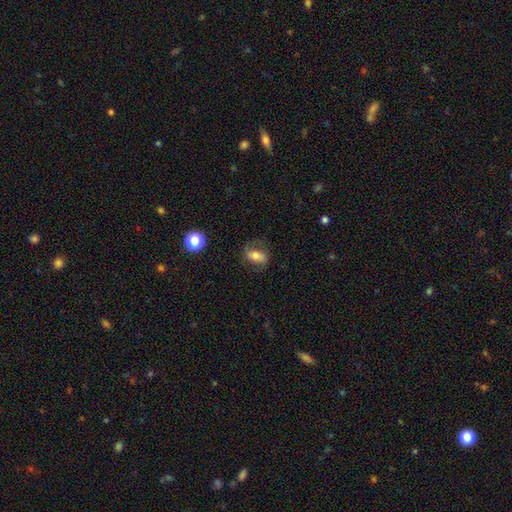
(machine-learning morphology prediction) The model was most divided on "smooth or featured": smooth: 53%, featured or disk: 37%, star or artifact: 10%. More confident: how rounded — in between (79%); merging — none (70%).